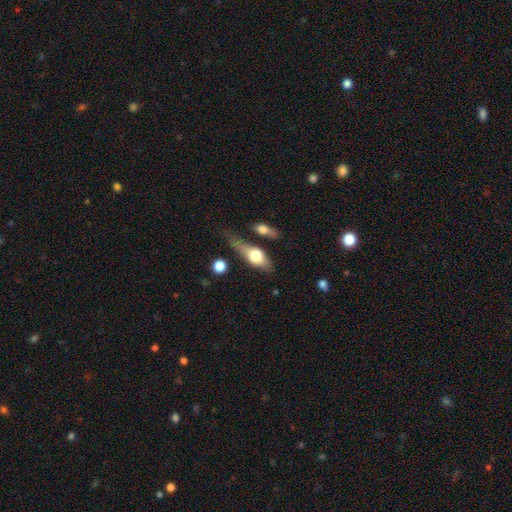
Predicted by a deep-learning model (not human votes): A smooth galaxy with no disk features (57%) that is in between round and cigar-shaped (65%).

Vote fractions:
- Smooth or featured? smooth: 57% / featured or disk: 36% / star or artifact: 7%
- How rounded? in between: 65% / cigar-shaped: 25% / round: 9%
- Merging? none: 41% / minor disturbance: 26% / major disturbance: 19% / merger: 15%